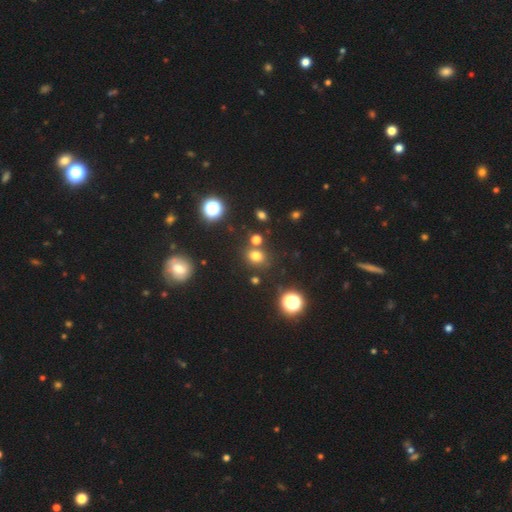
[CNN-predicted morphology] smooth-or-featured: smooth: 70% | star or artifact: 23% | featured or disk: 7%
  how-rounded: round: 68% | in between: 31% | cigar-shaped: 1%
  merging: none: 77% | minor disturbance: 10% | merger: 9% | major disturbance: 4%